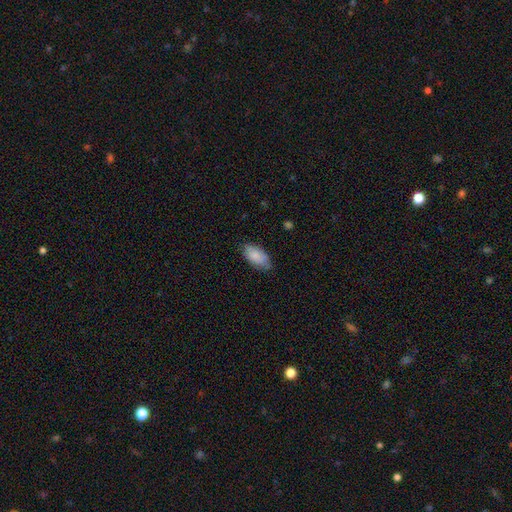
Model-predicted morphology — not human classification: Smooth or featured: smooth — 84% (featured or disk — 10%)
How rounded: in between — 94% (cigar-shaped — 4%)
Merging: none — 72% (minor disturbance — 23%)